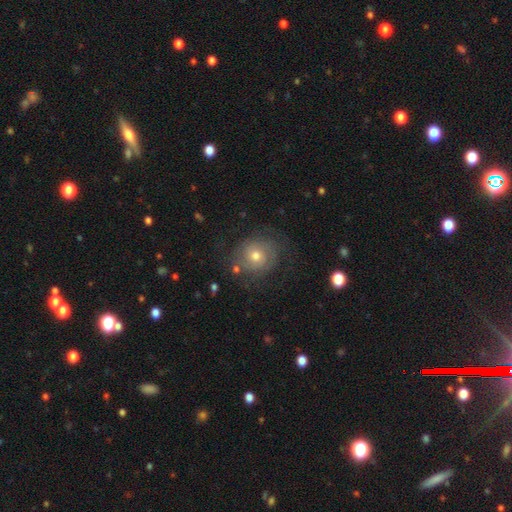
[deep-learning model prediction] smooth-or-featured: featured or disk: 55% | smooth: 33% | star or artifact: 12%
  disk-edge-on: no: 97% | yes: 3%
    bar: no: 79% | weak: 17% | strong: 3%
    has-spiral-arms: yes: 79% | no: 21%
    bulge-size: moderate: 69% | small: 23% | large: 5% | none: 1% | dominant: 1%
  merging: none: 74% | minor disturbance: 16% | major disturbance: 9% | merger: 2%